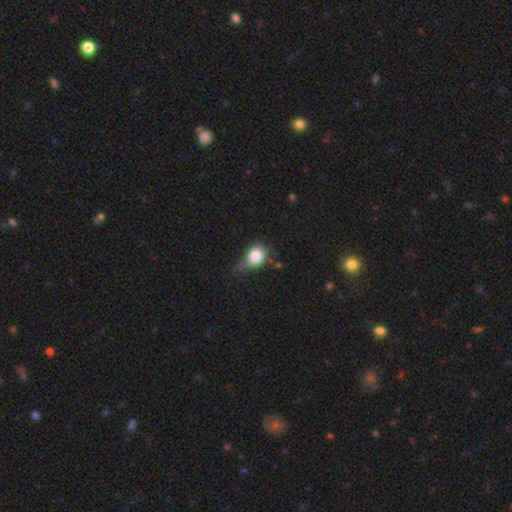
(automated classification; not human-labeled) smooth 78%, featured or disk 12%, star or artifact 10%. Down the decision tree: how rounded — round (54%); merging — minor disturbance (42%).